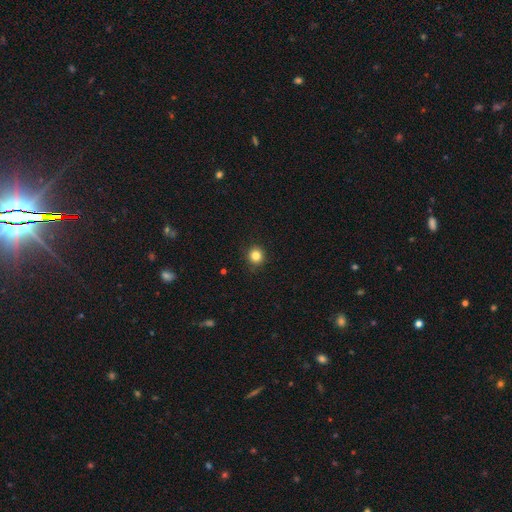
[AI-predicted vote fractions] A smooth galaxy with no disk features (83%) that is round (93%).

Vote fractions:
- Smooth or featured? smooth: 83% / star or artifact: 12% / featured or disk: 5%
- How rounded? round: 93% / in between: 6% / cigar-shaped: 1%
- Merging? none: 92% / minor disturbance: 6% / major disturbance: 2% / merger: 1%